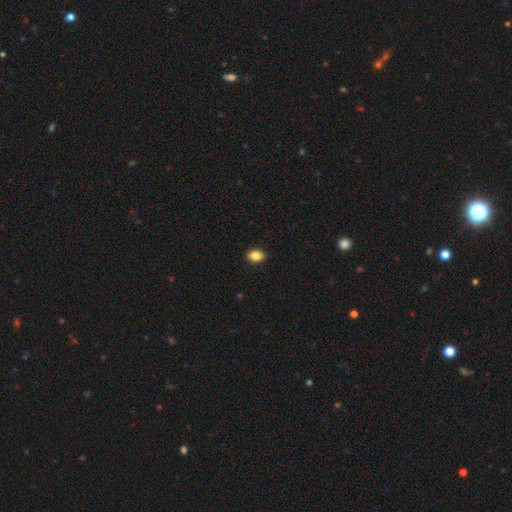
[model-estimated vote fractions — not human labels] This is clearly a smooth galaxy (87%). How rounded: likely in between (80%). Merging: clearly none (90%).